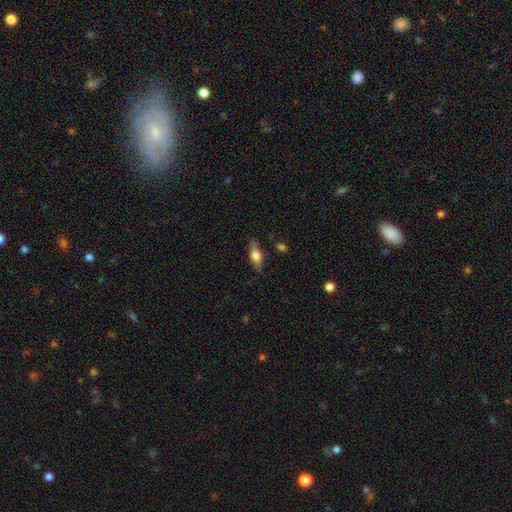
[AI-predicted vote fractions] Smooth or featured? Predicted: smooth (p=0.60). How rounded? Predicted: in between (p=0.67). Merging? Predicted: none (p=0.79).